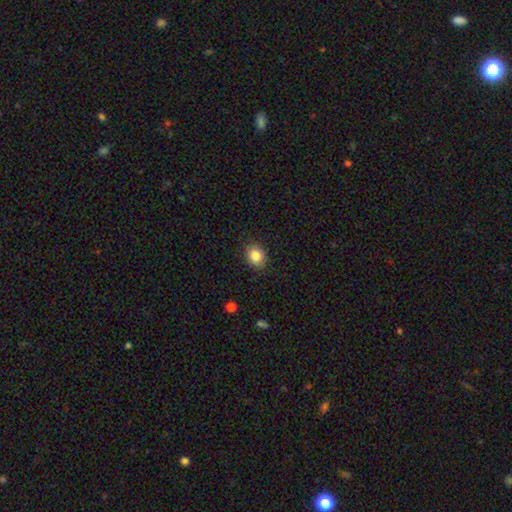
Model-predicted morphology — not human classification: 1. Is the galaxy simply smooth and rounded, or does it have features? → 85% smooth, 9% star or artifact, 6% featured or disk.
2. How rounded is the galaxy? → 59% round, 40% in between, 1% cigar-shaped.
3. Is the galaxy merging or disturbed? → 87% none, 10% minor disturbance, 2% major disturbance, 1% merger.